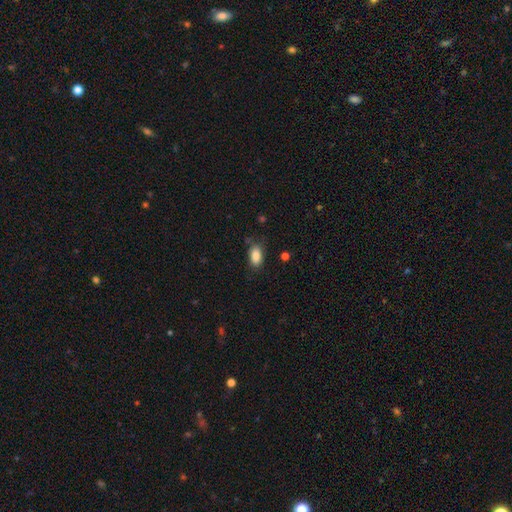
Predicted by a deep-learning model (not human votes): Smooth or featured: smooth — 86% (star or artifact — 8%)
How rounded: in between — 91% (round — 6%)
Merging: none — 76% (minor disturbance — 17%)